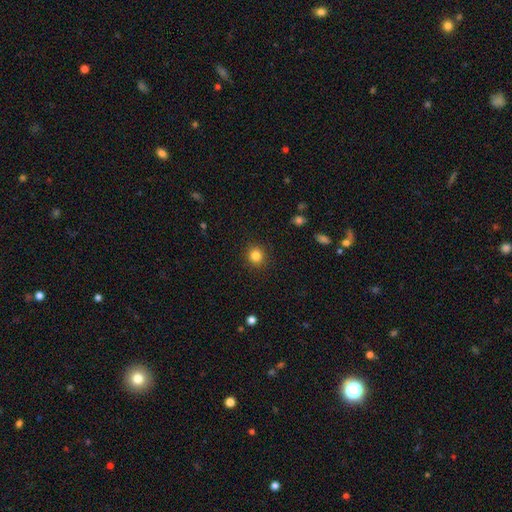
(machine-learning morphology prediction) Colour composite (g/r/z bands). It shows a smooth galaxy with no disk features (84%) that is round (90%). Merging: none (91%).